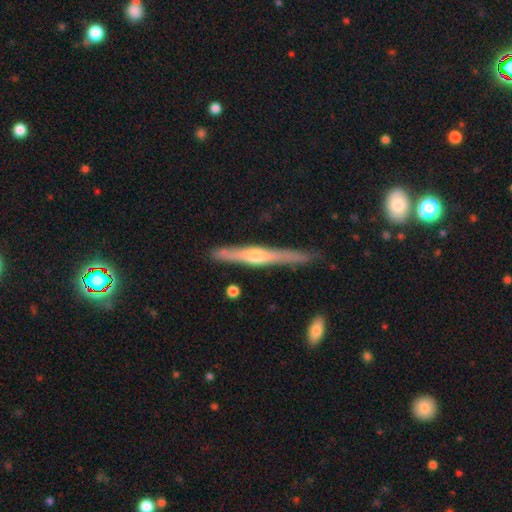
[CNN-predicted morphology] Overall: featured or disk (72%). Edge-on disk: yes (97%). Edge-on bulge: rounded (83%). Merging: none (84%).